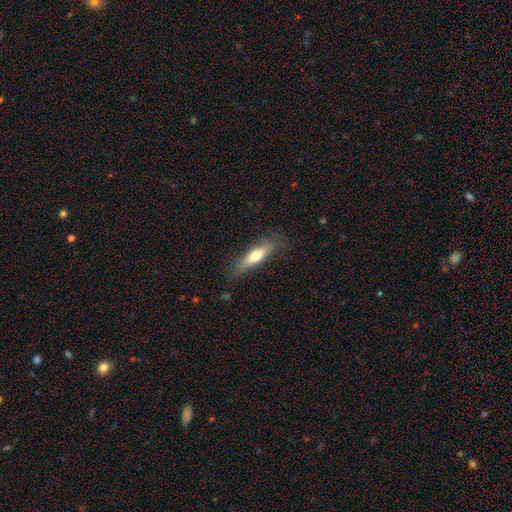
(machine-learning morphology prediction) smooth 60%, featured or disk 34%, star or artifact 6%. Down the decision tree: how rounded — cigar-shaped (65%); merging — none (79%).